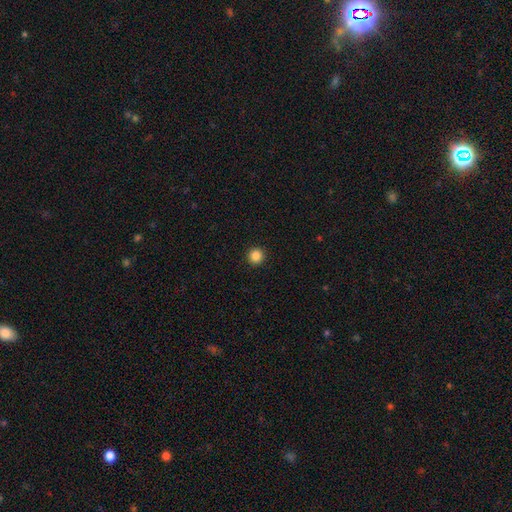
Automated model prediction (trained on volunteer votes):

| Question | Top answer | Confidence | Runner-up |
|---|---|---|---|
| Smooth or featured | smooth | 86% | star or artifact (11%) |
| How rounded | round | 96% | in between (3%) |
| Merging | none | 94% | minor disturbance (4%) |